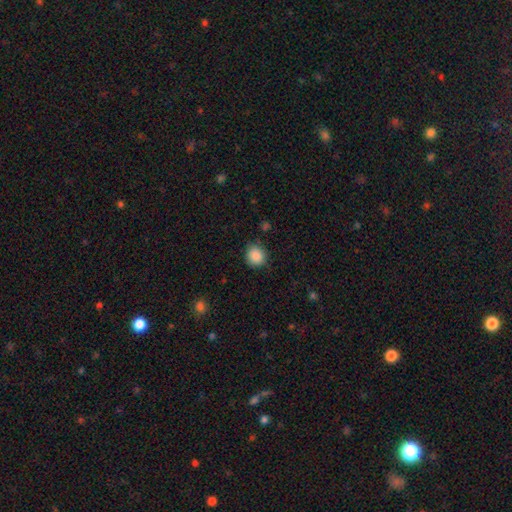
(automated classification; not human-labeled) This is clearly a smooth galaxy (88%). How rounded: clearly round (85%). Merging: clearly none (85%).